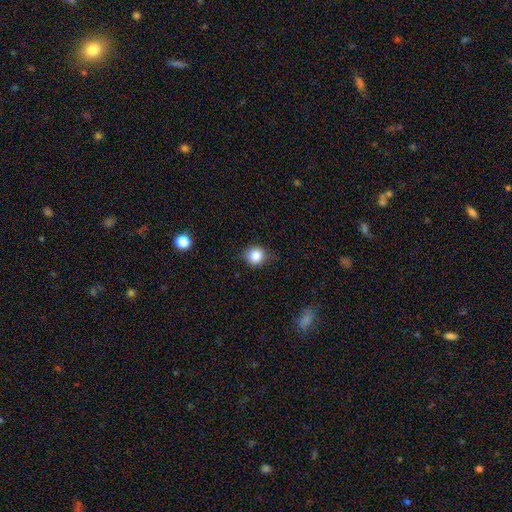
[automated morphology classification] This is clearly a smooth galaxy (84%). How rounded: clearly round (88%). Merging: clearly none (83%).